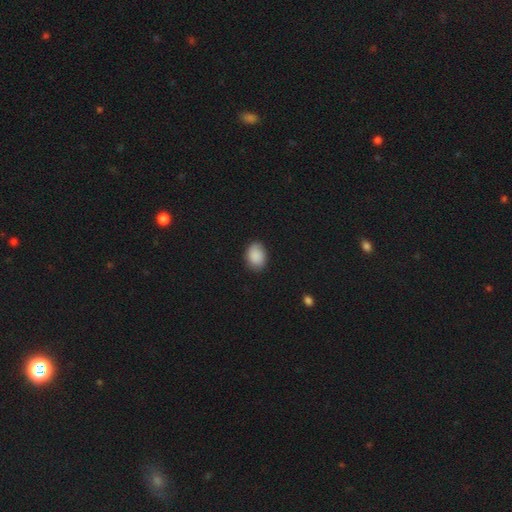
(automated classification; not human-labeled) A smooth galaxy with no disk features (88%) that is in between round and cigar-shaped (70%). Merging: none (82%).